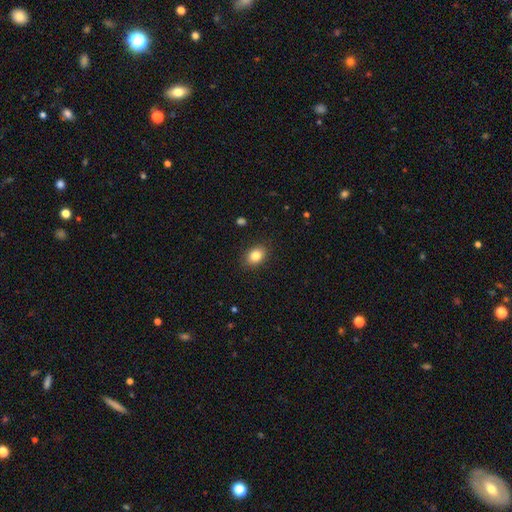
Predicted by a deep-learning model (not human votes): Morphology: type=smooth (84%); roundness=in between (72%); merging=none (88%).